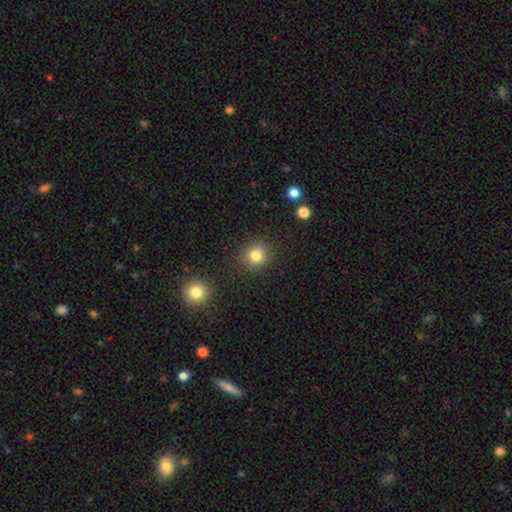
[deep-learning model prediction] This appears to be a smooth galaxy with no disk features (81%) that is round (83%). Merging: none (86%).